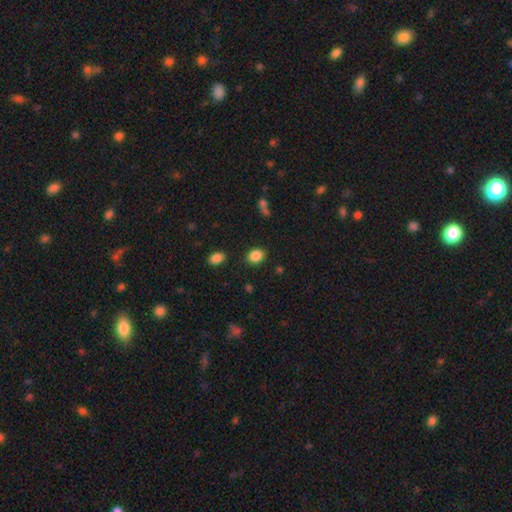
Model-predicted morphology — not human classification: smooth 87%, star or artifact 9%, featured or disk 4%. Down the decision tree: how rounded — in between (60%); merging — none (86%).